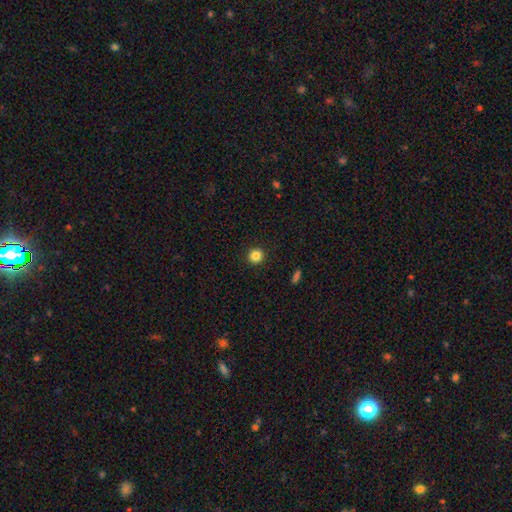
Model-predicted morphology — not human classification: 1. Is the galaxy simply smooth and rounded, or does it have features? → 85% smooth, 11% star or artifact, 4% featured or disk.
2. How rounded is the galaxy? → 94% round, 5% in between, 1% cigar-shaped.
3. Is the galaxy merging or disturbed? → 93% none, 5% minor disturbance, 2% major disturbance, 1% merger.